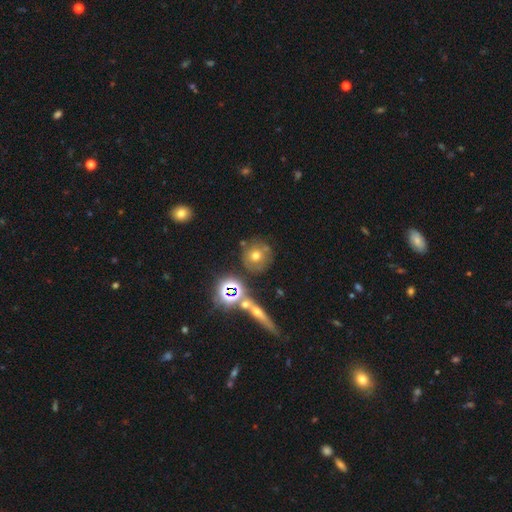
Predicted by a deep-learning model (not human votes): Overall: smooth (50%; featured or disk 27%). How rounded: round (90%). Merging: none (71%).